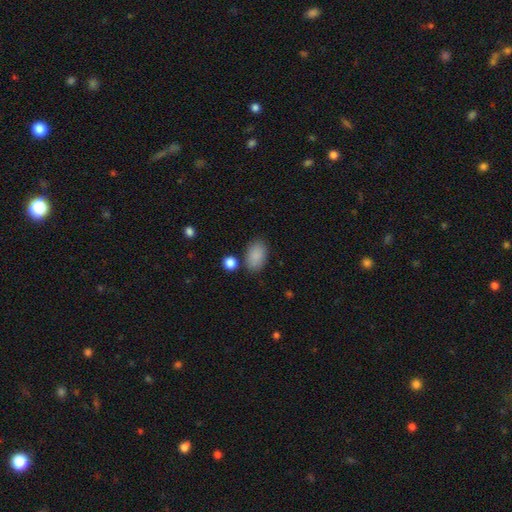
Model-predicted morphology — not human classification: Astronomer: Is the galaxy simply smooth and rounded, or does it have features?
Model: smooth — 88%.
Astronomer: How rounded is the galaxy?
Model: in between — 90%.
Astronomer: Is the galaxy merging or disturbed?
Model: none — 78%.